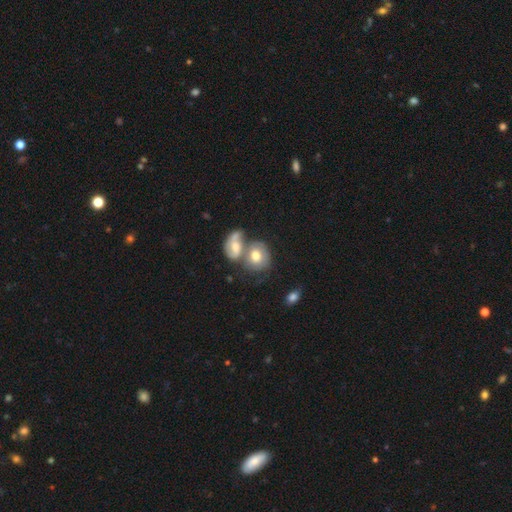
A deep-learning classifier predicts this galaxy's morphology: type=smooth (50%); roundness=round (53%); merging=merger (59%).